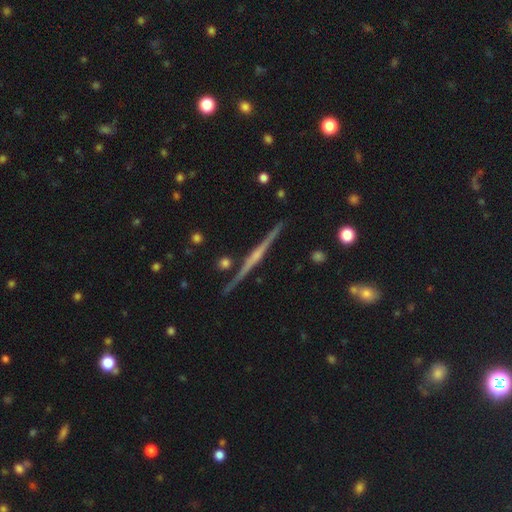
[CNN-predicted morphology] smooth-or-featured: featured or disk: 83% | smooth: 10% | star or artifact: 6%
  disk-edge-on: yes: 98% | no: 2%
    edge-on-bulge: rounded: 63% | none: 24% | boxy: 13%
  merging: none: 91% | minor disturbance: 6% | merger: 2% | major disturbance: 1%